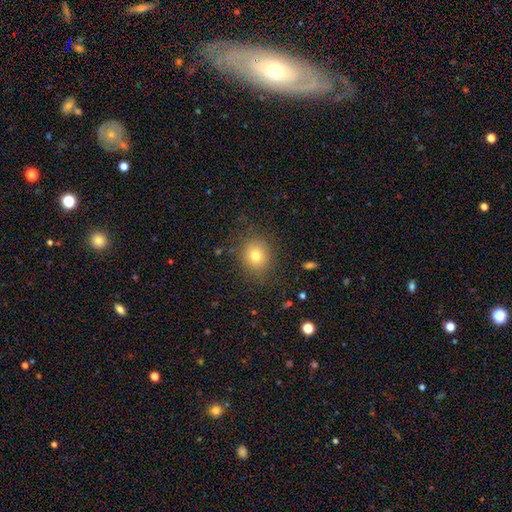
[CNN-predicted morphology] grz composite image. It shows a smooth galaxy with no disk features (76%) that is round (74%). Merging: none (82%).